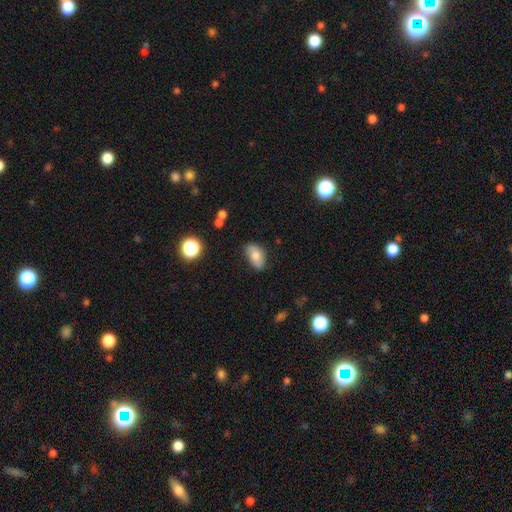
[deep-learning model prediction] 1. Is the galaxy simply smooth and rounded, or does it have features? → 78% smooth, 13% featured or disk, 9% star or artifact.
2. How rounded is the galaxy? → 92% in between, 6% round, 2% cigar-shaped.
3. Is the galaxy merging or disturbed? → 74% none, 21% minor disturbance, 4% major disturbance, 2% merger.